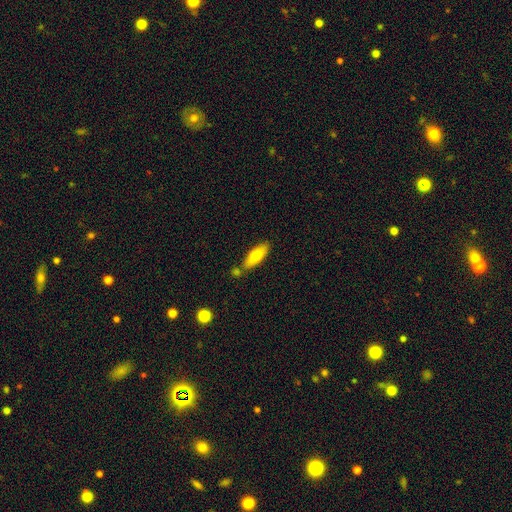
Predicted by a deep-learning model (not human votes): The model was most divided on "how rounded": in between: 62%, cigar-shaped: 36%, round: 2%. More confident: smooth or featured — smooth (70%); merging — none (69%).